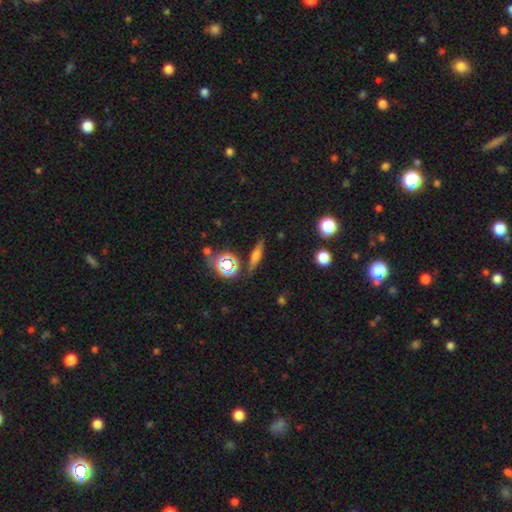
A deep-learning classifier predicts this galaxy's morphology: A smooth galaxy with no disk features (44%).

Vote fractions:
- Smooth or featured? smooth: 44% / featured or disk: 39% / star or artifact: 17%
- Merging? none: 83% / minor disturbance: 11% / major disturbance: 3% / merger: 3%